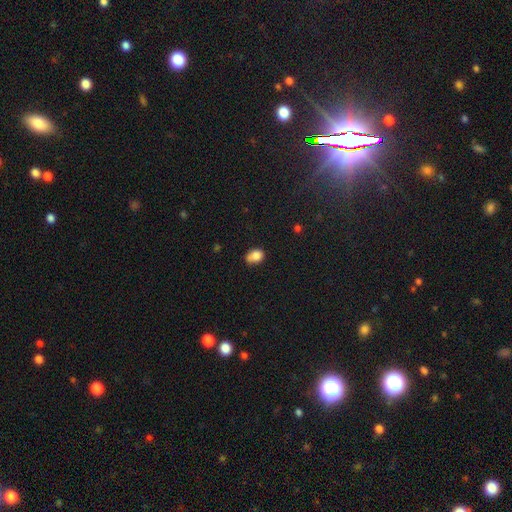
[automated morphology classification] This is clearly a smooth galaxy (82%). How rounded: likely in between (67%). Merging: possibly none (51%).